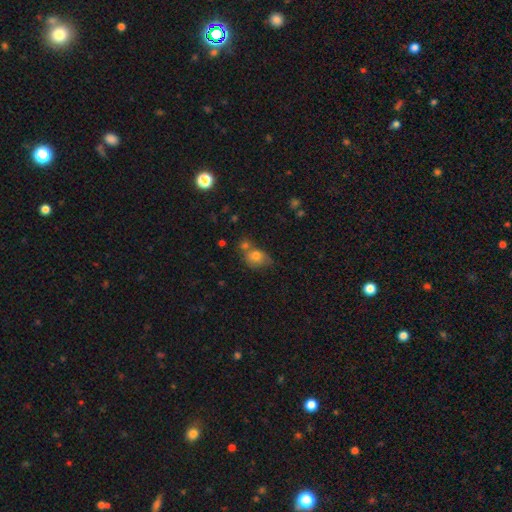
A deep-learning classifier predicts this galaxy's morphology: smooth_or_featured: smooth (p=0.76) [alt: featured or disk p=0.13]
how_rounded: in between (p=0.60) [alt: round p=0.39]
merging: none (p=0.39) [alt: merger p=0.30]